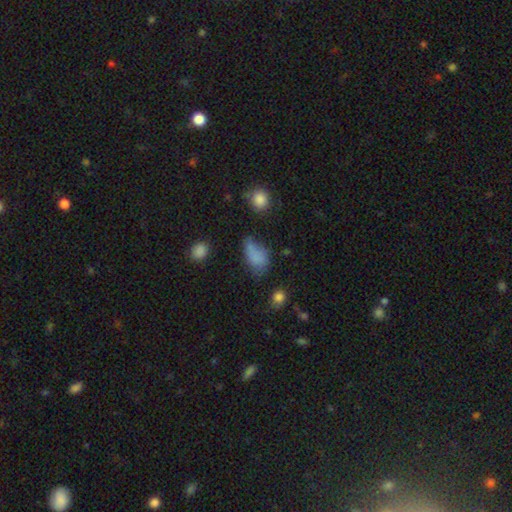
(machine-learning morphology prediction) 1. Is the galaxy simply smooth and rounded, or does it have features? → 74% smooth, 14% star or artifact, 12% featured or disk.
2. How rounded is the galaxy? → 85% in between, 11% round, 3% cigar-shaped.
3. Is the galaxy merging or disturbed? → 35% none, 34% minor disturbance, 24% major disturbance, 8% merger.